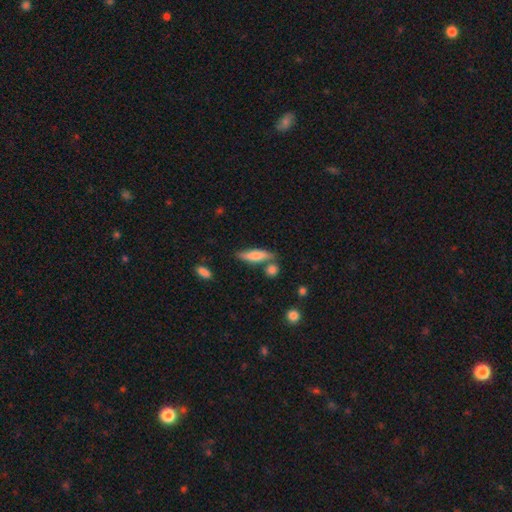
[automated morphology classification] Smooth or featured: smooth — 71% (featured or disk — 23%)
How rounded: cigar-shaped — 65% (in between — 33%)
Merging: none — 67% (merger — 15%)